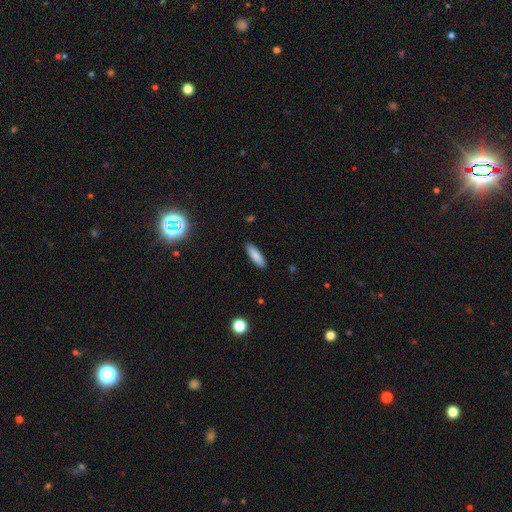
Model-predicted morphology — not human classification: Smooth or featured? smooth (86%)
How rounded? cigar-shaped (58%)
Merging? none (89%)